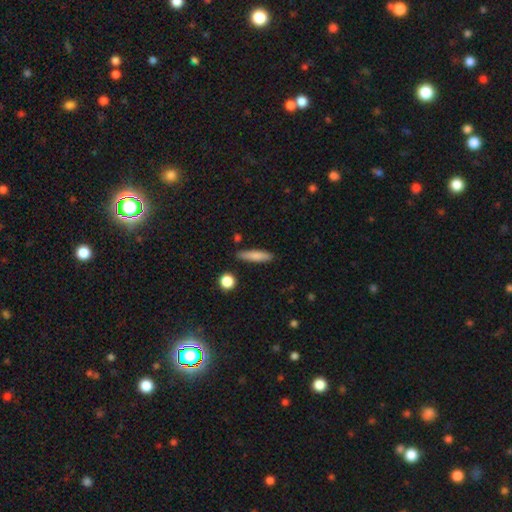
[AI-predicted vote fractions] Q: Smooth or featured?
A: smooth (80%); runner-up: featured or disk (13%)
Q: How rounded?
A: cigar-shaped (77%); runner-up: in between (20%)
Q: Merging?
A: none (84%); runner-up: minor disturbance (11%)